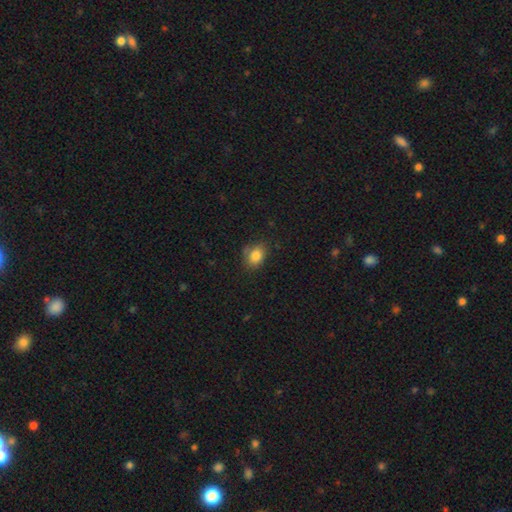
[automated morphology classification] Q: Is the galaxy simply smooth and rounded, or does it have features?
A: smooth — 84%.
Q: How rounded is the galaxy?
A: in between — 65%.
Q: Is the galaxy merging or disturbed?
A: none — 73%.